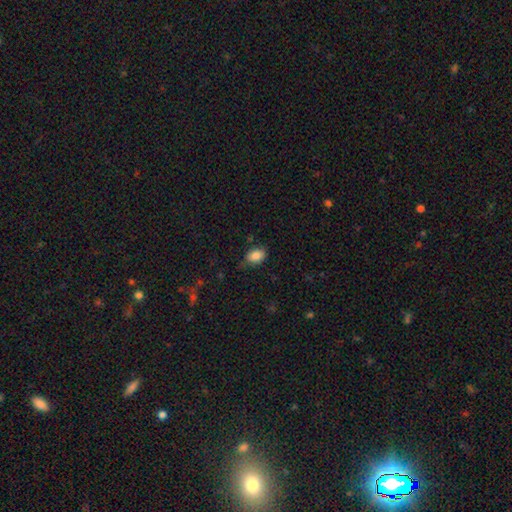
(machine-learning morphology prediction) The model was most divided on "merging": none: 77%, minor disturbance: 18%, major disturbance: 4%, merger: 2%. More confident: smooth or featured — smooth (87%); how rounded — in between (83%).